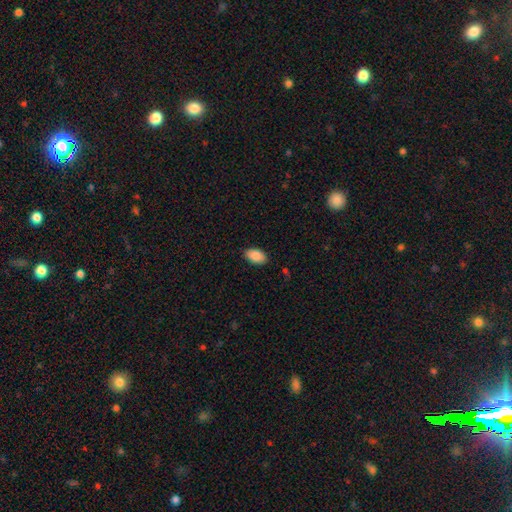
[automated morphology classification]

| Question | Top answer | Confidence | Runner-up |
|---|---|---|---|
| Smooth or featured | smooth | 89% | star or artifact (7%) |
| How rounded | in between | 93% | round (5%) |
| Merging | none | 87% | minor disturbance (10%) |